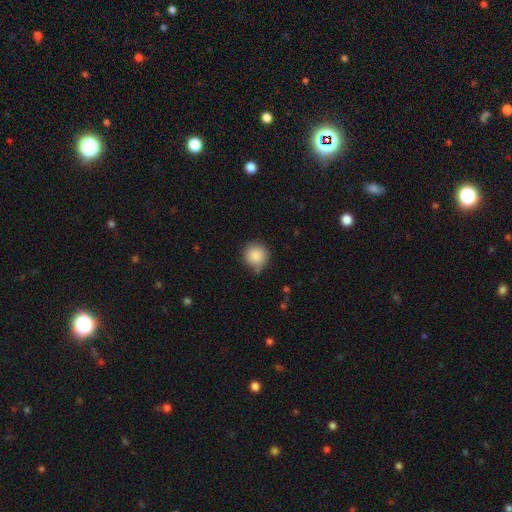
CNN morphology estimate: A smooth galaxy with no disk features (88%) that is round (92%). Merging: none (66%).